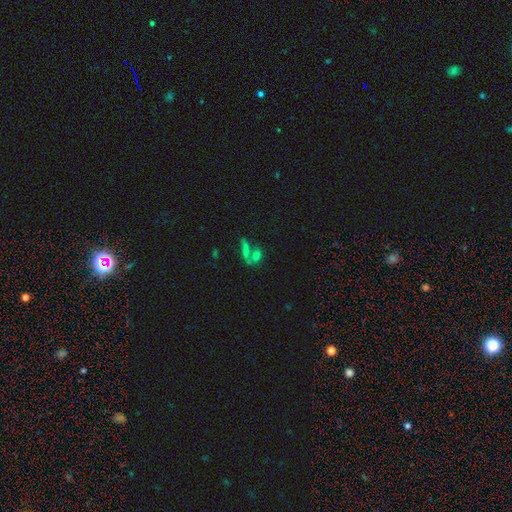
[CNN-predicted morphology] This appears to be a smooth galaxy with no disk features (55%) that is in between round and cigar-shaped (61%). Merging: merger (51%).